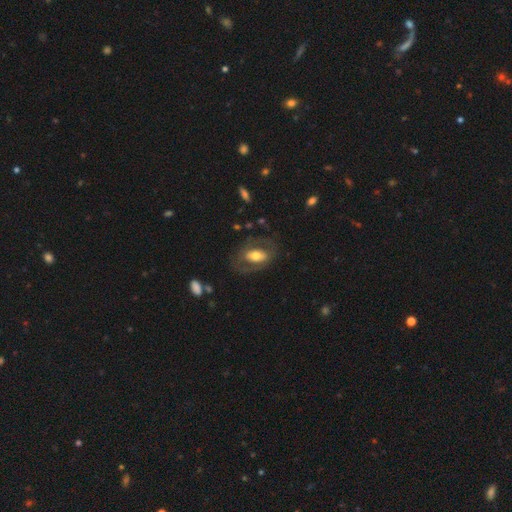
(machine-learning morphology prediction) Smooth or featured?
  - featured or disk: 52% *
  - smooth: 42%
  - star or artifact: 6%
Edge-on disk?
  - no: 91% *
  - yes: 9%
Merging?
  - none: 68% *
  - minor disturbance: 16%
  - major disturbance: 15%
  - merger: 2%